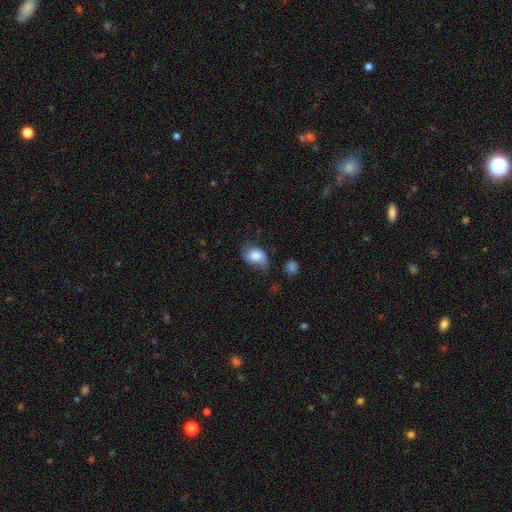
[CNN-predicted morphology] Smooth or featured? smooth (72%)
How rounded? in between (68%)
Merging? none (47%)